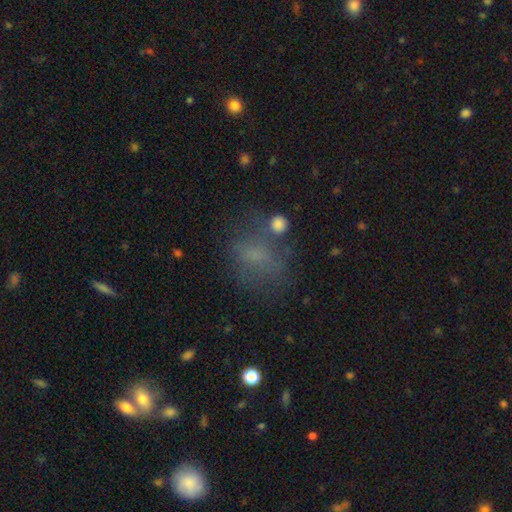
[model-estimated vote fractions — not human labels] Overall: smooth (57%; featured or disk 22%). How rounded: in between (56%; round 42%). Merging: none (52%; minor disturbance 21%).